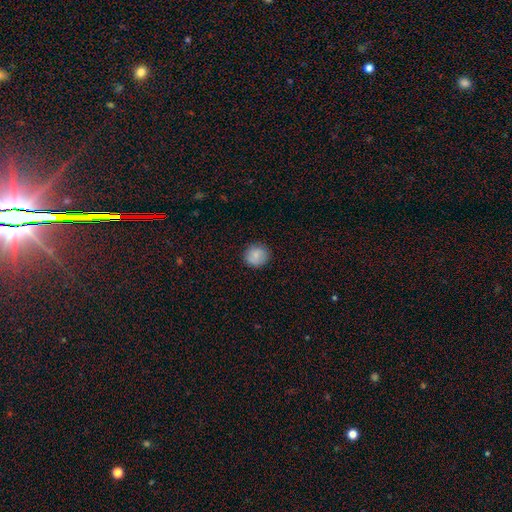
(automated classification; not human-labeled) Smooth or featured?
  - smooth: 84% *
  - star or artifact: 8%
  - featured or disk: 8%
How rounded?
  - round: 90% *
  - in between: 9%
  - cigar-shaped: 1%
Merging?
  - none: 89% *
  - minor disturbance: 8%
  - major disturbance: 2%
  - merger: 1%